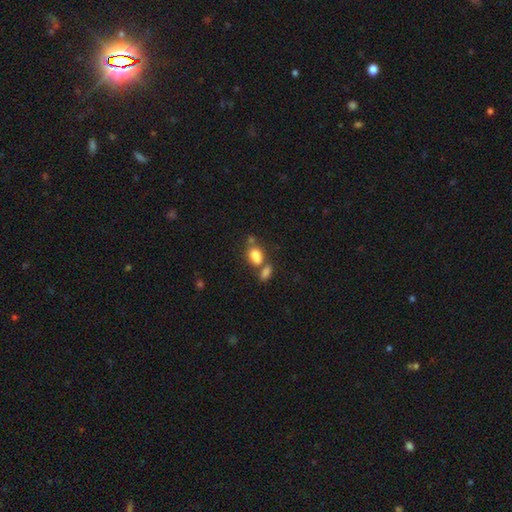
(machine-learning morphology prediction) smooth_or_featured: smooth (p=0.81) [alt: star or artifact p=0.10]
how_rounded: in between (p=0.80) [alt: round p=0.18]
merging: merger (p=0.46) [alt: none p=0.37]